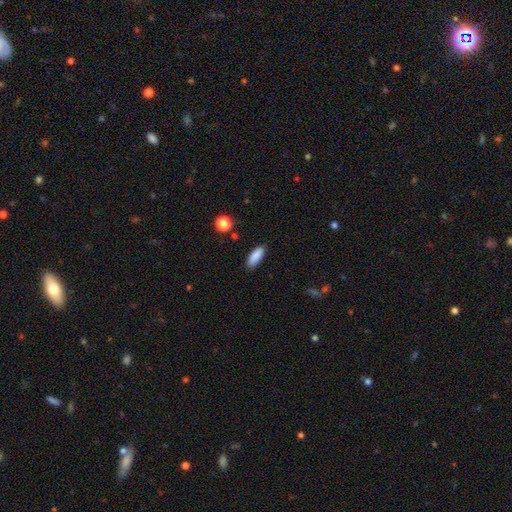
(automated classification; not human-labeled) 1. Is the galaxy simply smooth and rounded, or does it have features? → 88% smooth, 7% star or artifact, 5% featured or disk.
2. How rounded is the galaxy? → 73% in between, 25% cigar-shaped, 2% round.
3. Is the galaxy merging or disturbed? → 85% none, 11% minor disturbance, 2% major disturbance, 2% merger.